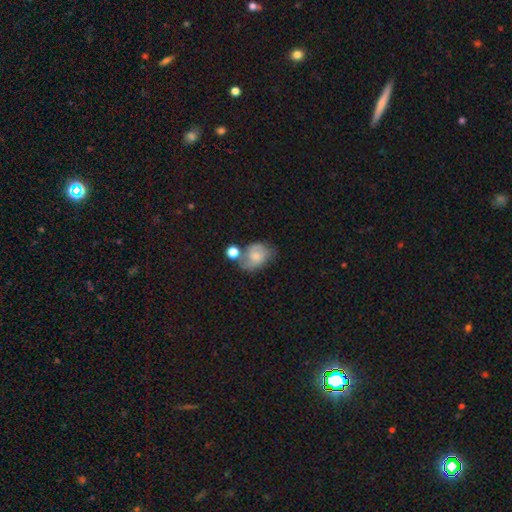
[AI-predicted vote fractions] Overall: smooth (58%; featured or disk 33%). How rounded: in between (60%; round 39%). Merging: none (40%; minor disturbance 25%).